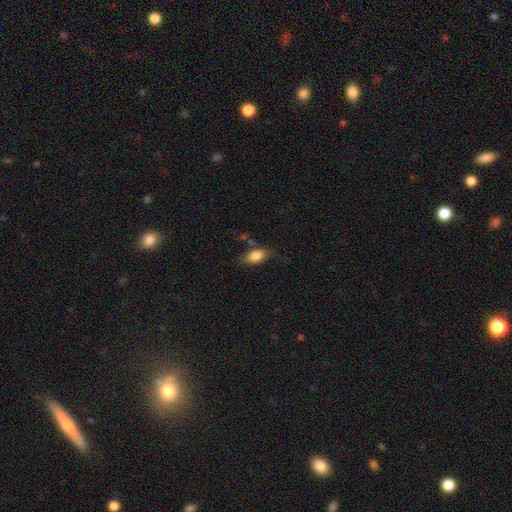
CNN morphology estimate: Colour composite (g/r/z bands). It shows a smooth galaxy with no disk features (82%) that is in between round and cigar-shaped (88%). Merging: none (63%).